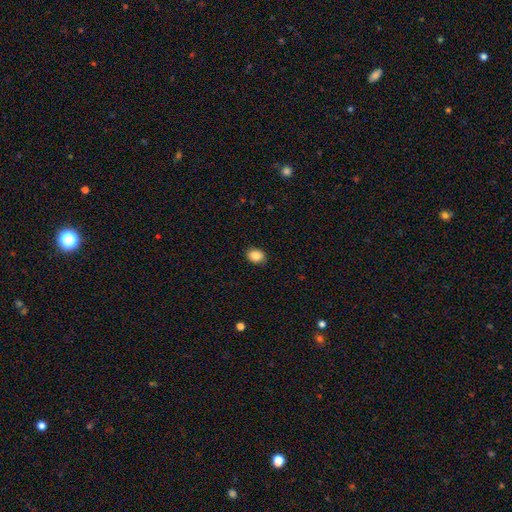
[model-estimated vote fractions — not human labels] smooth-or-featured: smooth: 87% | star or artifact: 8% | featured or disk: 5%
  how-rounded: in between: 59% | round: 40% | cigar-shaped: 1%
  merging: none: 85% | minor disturbance: 11% | major disturbance: 2% | merger: 1%